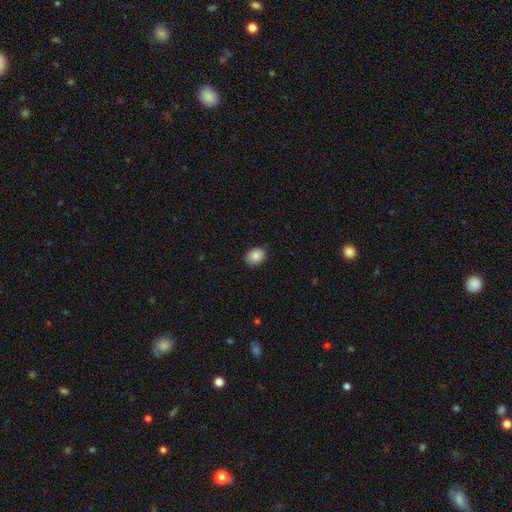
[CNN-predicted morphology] smooth 87%, star or artifact 8%, featured or disk 5%. Down the decision tree: how rounded — in between (59%); merging — none (86%).